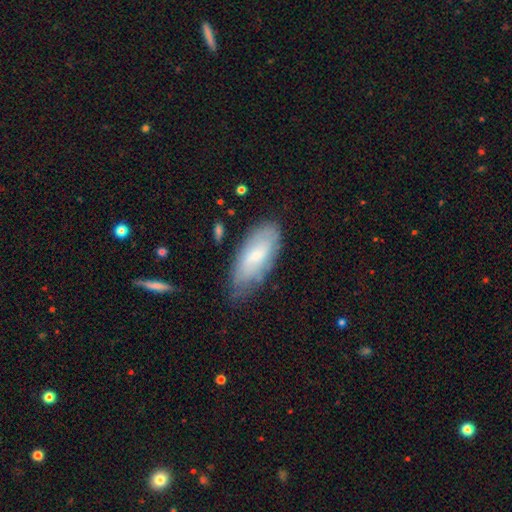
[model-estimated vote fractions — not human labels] Overall: smooth (65%; featured or disk 28%). How rounded: in between (86%). Merging: none (65%; minor disturbance 27%).